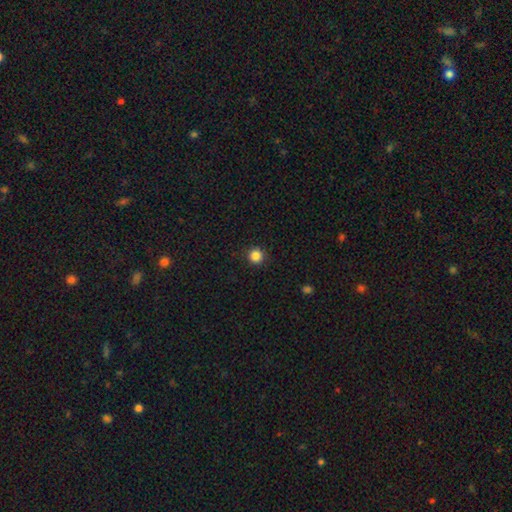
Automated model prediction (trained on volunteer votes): This is clearly a smooth galaxy (86%). How rounded: clearly round (96%). Merging: clearly none (92%).